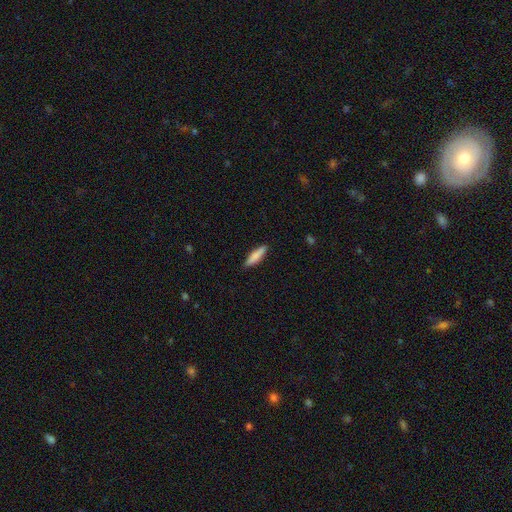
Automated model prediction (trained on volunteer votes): Overall: smooth (83%). How rounded: cigar-shaped (76%). Merging: none (88%).